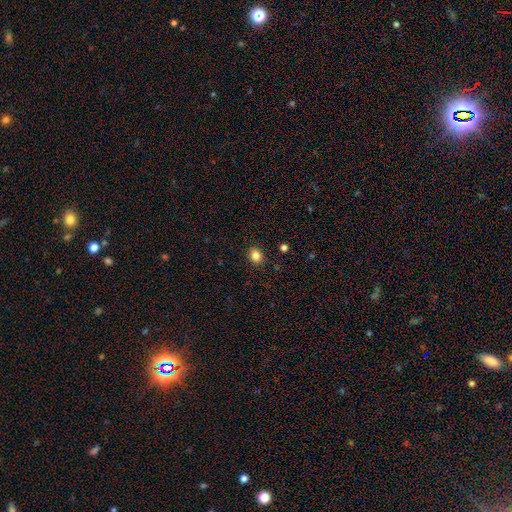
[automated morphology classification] This is clearly a smooth galaxy (84%). How rounded: possibly round (54%). Merging: clearly none (89%).